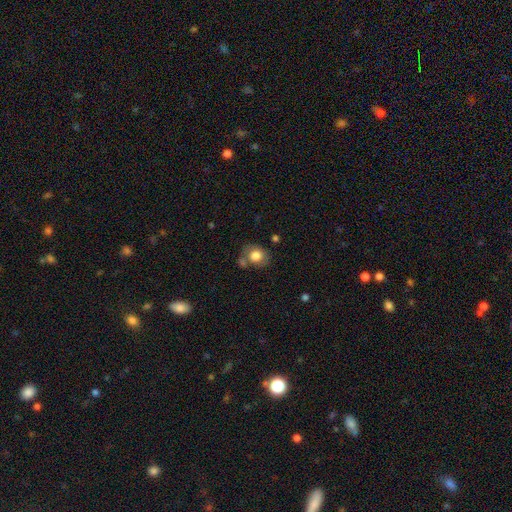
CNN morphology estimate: type=smooth (79%); roundness=round (67%); merging=none (56%).